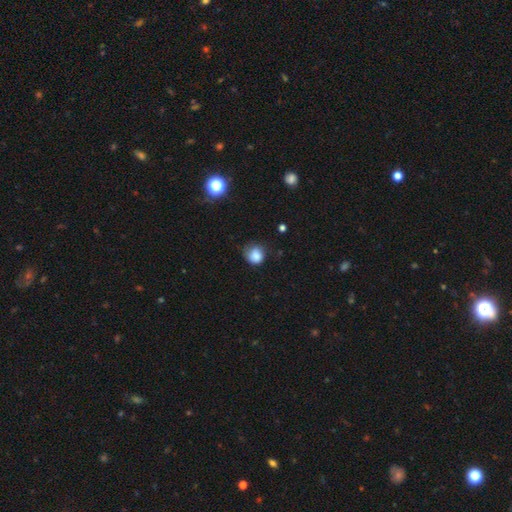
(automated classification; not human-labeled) Q: Smooth or featured?
A: smooth (82%); runner-up: star or artifact (10%)
Q: How rounded?
A: round (73%); runner-up: in between (26%)
Q: Merging?
A: none (53%); runner-up: minor disturbance (33%)